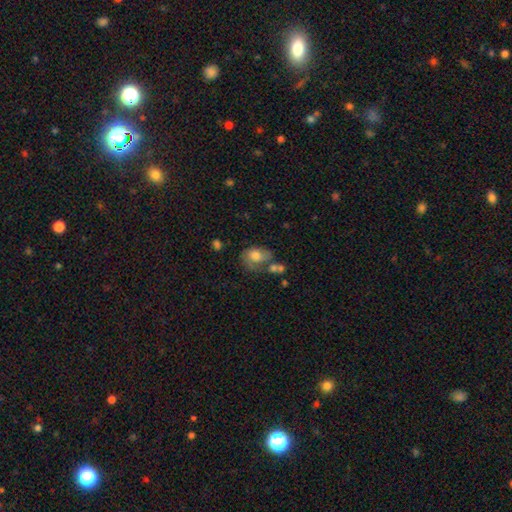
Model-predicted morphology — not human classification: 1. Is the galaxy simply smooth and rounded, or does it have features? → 57% smooth, 34% featured or disk, 8% star or artifact.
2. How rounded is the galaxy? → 68% in between, 30% round, 1% cigar-shaped.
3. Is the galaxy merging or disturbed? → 35% none, 26% minor disturbance, 20% major disturbance, 19% merger.